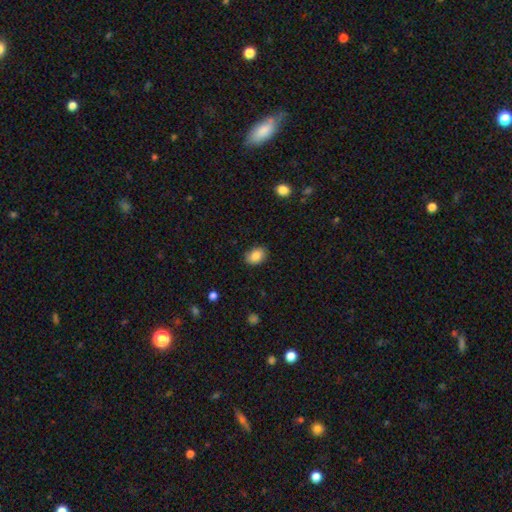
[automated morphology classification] type=smooth (87%); roundness=in between (74%); merging=none (85%).